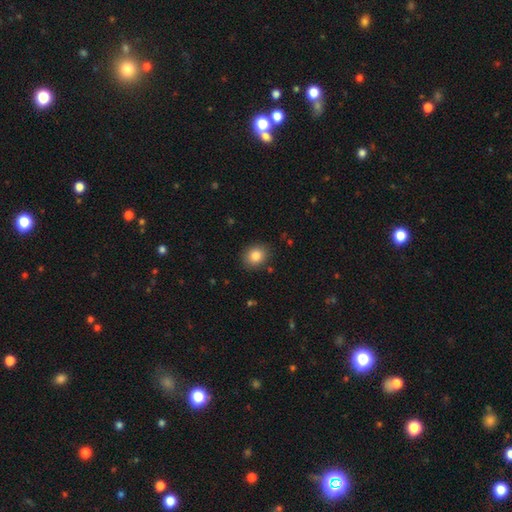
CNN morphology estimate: Q: Smooth or featured?
A: smooth (84%); runner-up: star or artifact (10%)
Q: How rounded?
A: round (63%); runner-up: in between (36%)
Q: Merging?
A: none (87%); runner-up: minor disturbance (9%)